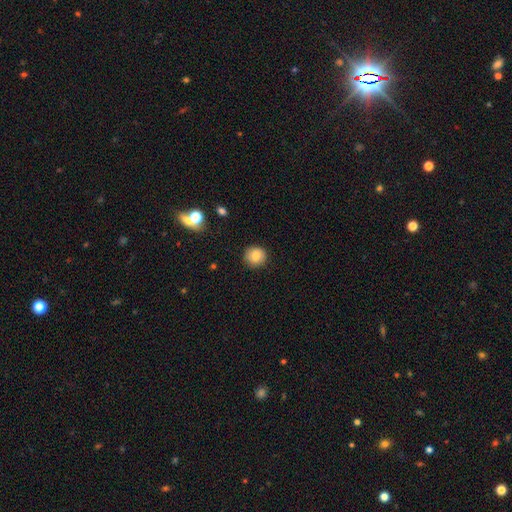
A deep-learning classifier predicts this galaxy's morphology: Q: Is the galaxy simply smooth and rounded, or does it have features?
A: smooth — 81%.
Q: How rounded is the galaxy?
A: round — 91%.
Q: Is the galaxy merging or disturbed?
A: none — 88%.